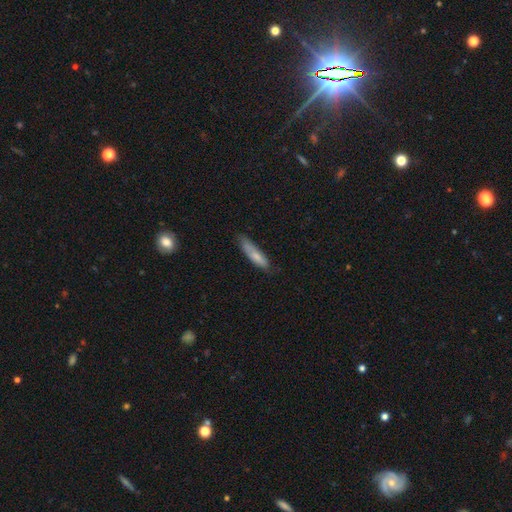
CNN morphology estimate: type=smooth (77%); roundness=cigar-shaped (75%); merging=none (69%).